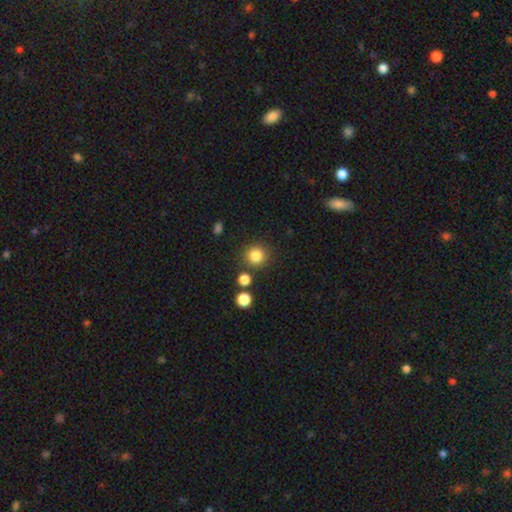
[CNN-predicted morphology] Smooth or featured?
  - smooth: 83% *
  - star or artifact: 12%
  - featured or disk: 5%
How rounded?
  - round: 93% *
  - in between: 6%
  - cigar-shaped: 1%
Merging?
  - none: 84% *
  - minor disturbance: 8%
  - merger: 5%
  - major disturbance: 3%